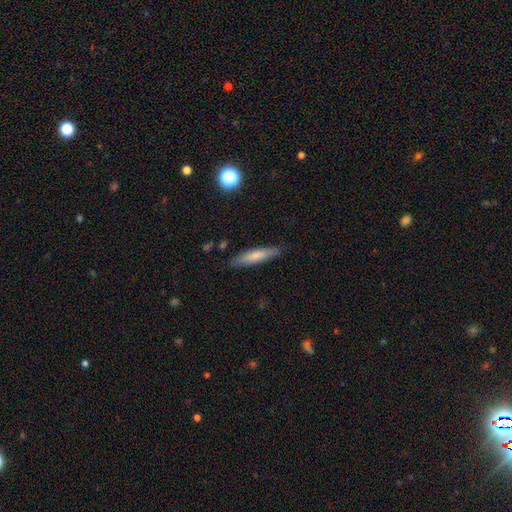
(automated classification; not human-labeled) smooth-or-featured: smooth: 71% | featured or disk: 22% | star or artifact: 7%
  how-rounded: cigar-shaped: 81% | in between: 18% | round: 2%
  merging: none: 85% | minor disturbance: 11% | major disturbance: 2% | merger: 1%